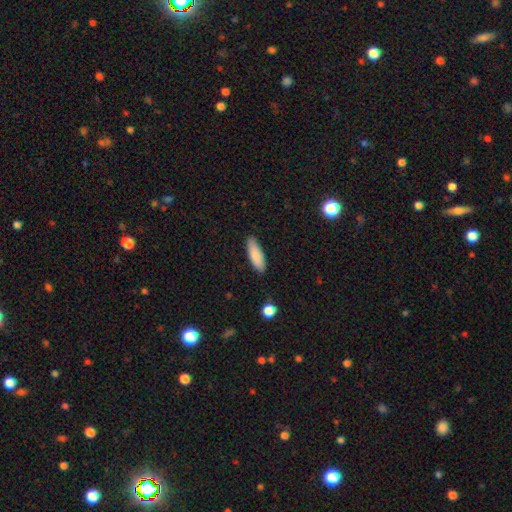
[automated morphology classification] smooth_or_featured: smooth (p=0.85) [alt: featured or disk p=0.08]
how_rounded: in between (p=0.54) [alt: cigar-shaped p=0.45]
merging: none (p=0.84) [alt: minor disturbance p=0.13]